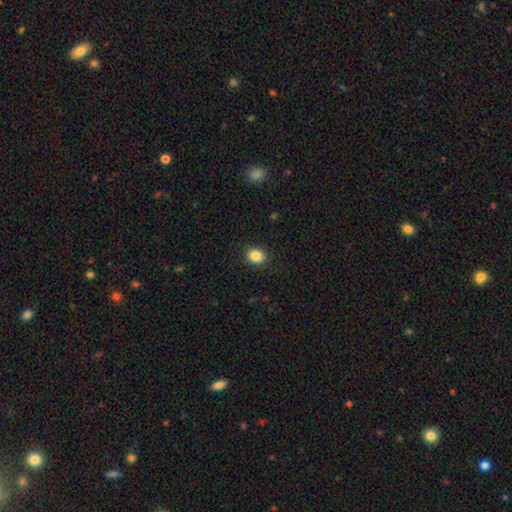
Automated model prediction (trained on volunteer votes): smooth_or_featured: smooth (p=0.86) [alt: star or artifact p=0.10]
how_rounded: round (p=0.53) [alt: in between p=0.46]
merging: none (p=0.90) [alt: minor disturbance p=0.07]